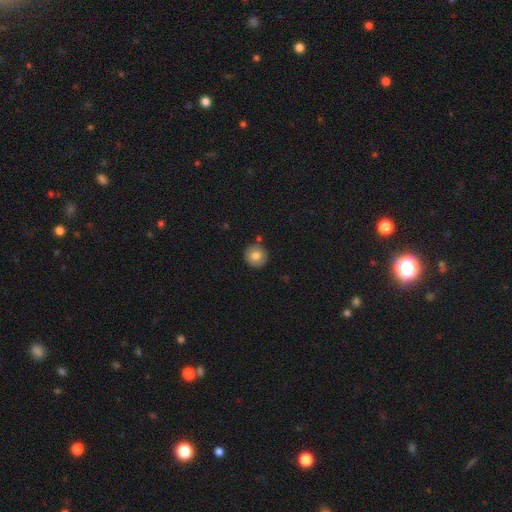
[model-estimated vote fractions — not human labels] This is likely a smooth galaxy (79%). How rounded: clearly round (93%). Merging: clearly none (84%).